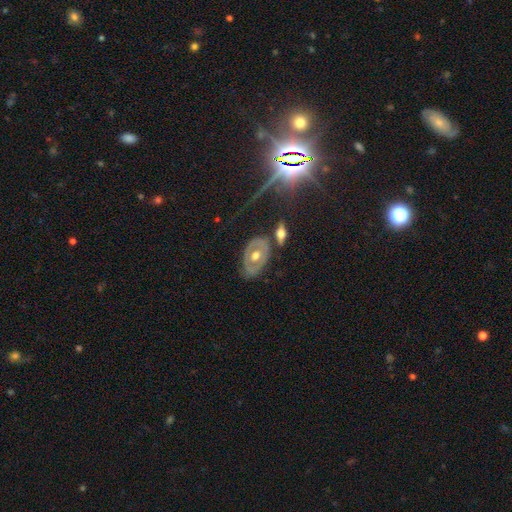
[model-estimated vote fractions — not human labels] smooth-or-featured: featured or disk: 60% | smooth: 30% | star or artifact: 10%
  disk-edge-on: no: 90% | yes: 10%
    bar: no: 82% | weak: 13% | strong: 5%
    has-spiral-arms: no: 79% | yes: 21%
    bulge-size: moderate: 78% | large: 10% | small: 9% | none: 1% | dominant: 1%
  merging: none: 71% | minor disturbance: 16% | merger: 8% | major disturbance: 6%